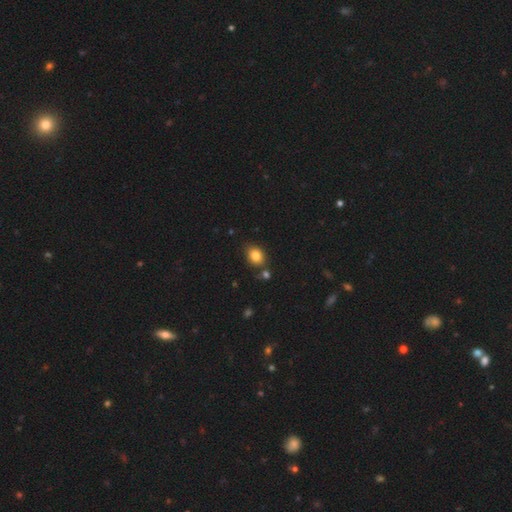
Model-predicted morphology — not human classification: This appears to be a smooth galaxy with no disk features (82%) that is in between round and cigar-shaped (54%). Merging: none (75%).